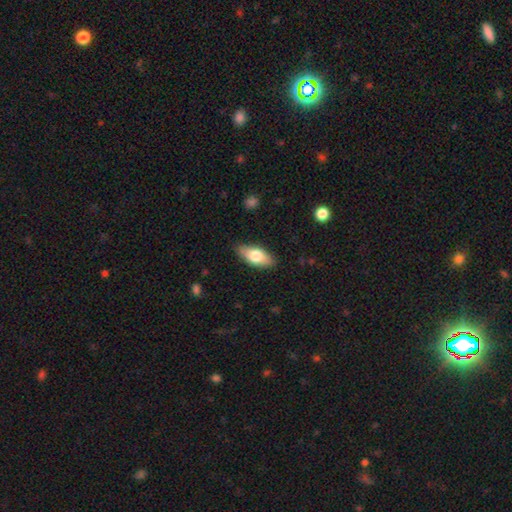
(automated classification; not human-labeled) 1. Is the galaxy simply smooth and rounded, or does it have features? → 69% smooth, 25% featured or disk, 6% star or artifact.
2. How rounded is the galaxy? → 84% in between, 13% cigar-shaped, 3% round.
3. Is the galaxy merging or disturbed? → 85% none, 12% minor disturbance, 2% major disturbance, 1% merger.